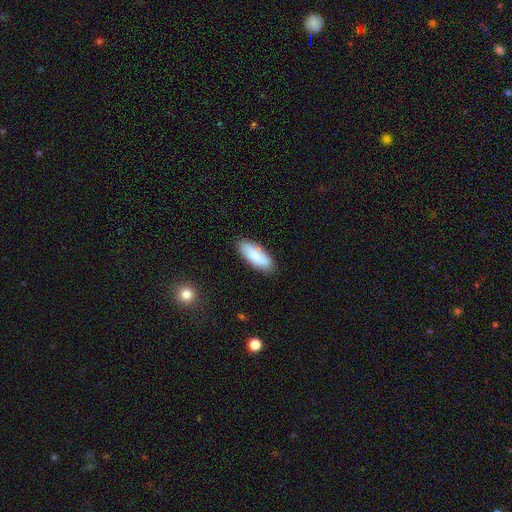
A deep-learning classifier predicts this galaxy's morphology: Q: Smooth or featured?
A: smooth (85%); runner-up: featured or disk (9%)
Q: How rounded?
A: in between (77%); runner-up: cigar-shaped (22%)
Q: Merging?
A: none (85%); runner-up: minor disturbance (11%)